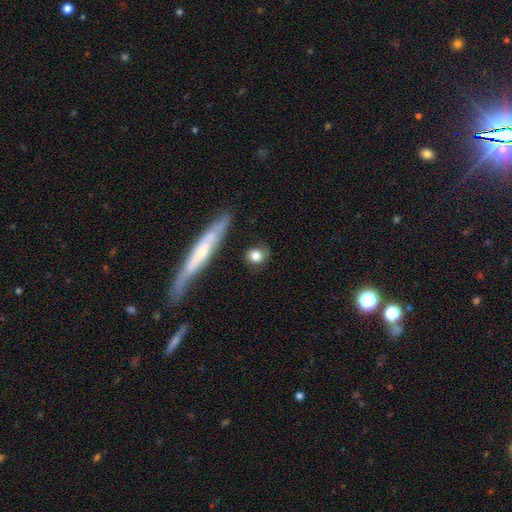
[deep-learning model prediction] Smooth or featured? smooth (78%)
How rounded? round (72%)
Merging? none (76%)